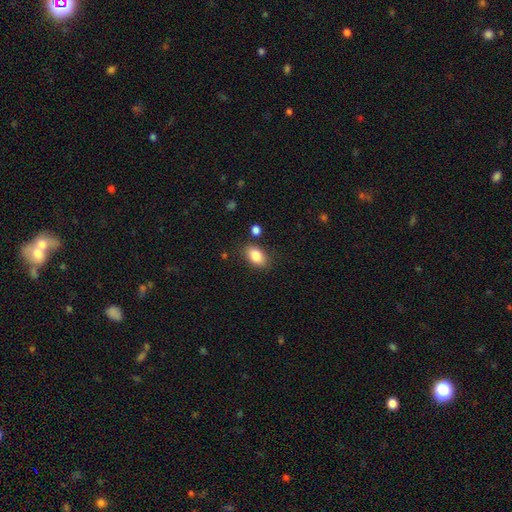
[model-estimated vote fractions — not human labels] Q: Smooth or featured?
A: smooth (85%); runner-up: star or artifact (8%)
Q: How rounded?
A: in between (88%); runner-up: round (10%)
Q: Merging?
A: none (81%); runner-up: minor disturbance (12%)